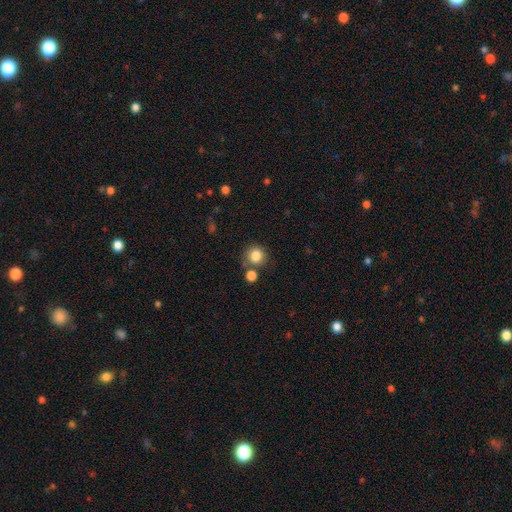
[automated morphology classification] This appears to be a smooth galaxy with no disk features (83%) that is round (89%). Merging: none (70%).